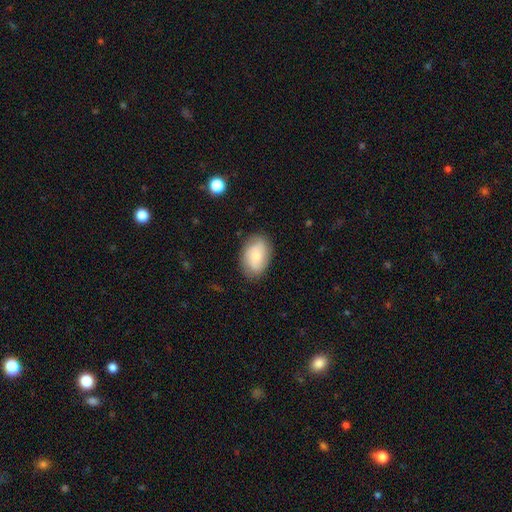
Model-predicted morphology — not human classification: Q: Smooth or featured?
A: smooth (56%); runner-up: featured or disk (36%)
Q: How rounded?
A: in between (83%); runner-up: round (15%)
Q: Merging?
A: none (80%); runner-up: minor disturbance (15%)